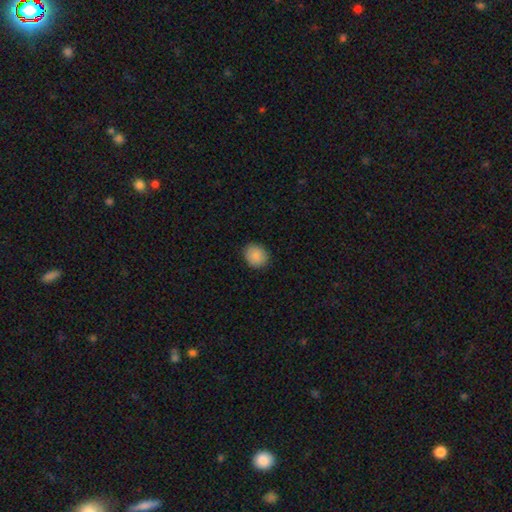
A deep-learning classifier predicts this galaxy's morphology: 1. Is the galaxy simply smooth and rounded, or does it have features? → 89% smooth, 8% star or artifact, 3% featured or disk.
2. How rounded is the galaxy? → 70% round, 29% in between, 1% cigar-shaped.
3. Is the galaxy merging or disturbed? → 90% none, 7% minor disturbance, 2% major disturbance, 1% merger.